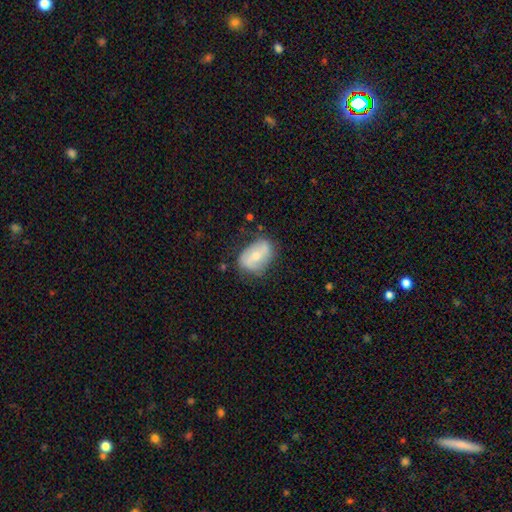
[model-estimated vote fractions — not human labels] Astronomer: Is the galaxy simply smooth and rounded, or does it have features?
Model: featured or disk — 51% (runner-up: smooth, 42%).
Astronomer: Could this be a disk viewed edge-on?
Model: no — 95%.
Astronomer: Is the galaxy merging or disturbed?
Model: none — 62%.